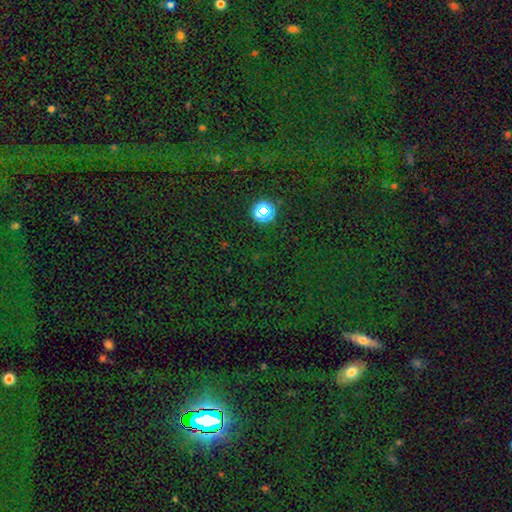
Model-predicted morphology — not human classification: A star or artifact, not a galaxy (53%).